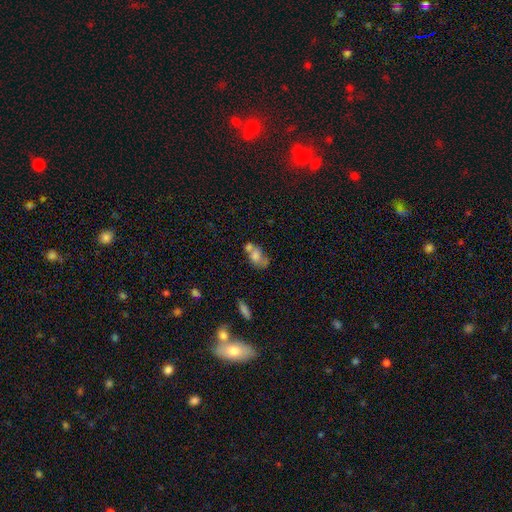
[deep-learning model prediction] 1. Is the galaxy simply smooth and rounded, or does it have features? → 64% smooth, 25% featured or disk, 11% star or artifact.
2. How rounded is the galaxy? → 80% in between, 17% round, 3% cigar-shaped.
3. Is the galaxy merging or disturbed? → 47% merger, 25% none, 16% minor disturbance, 12% major disturbance.